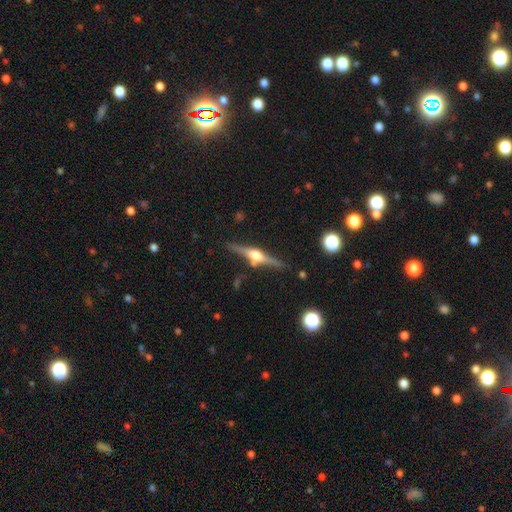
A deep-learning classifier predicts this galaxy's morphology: The model was most divided on "smooth or featured": featured or disk: 80%, smooth: 14%, star or artifact: 6%. More confident: edge-on disk — yes (98%); edge-on bulge — rounded (93%); merging — none (84%).